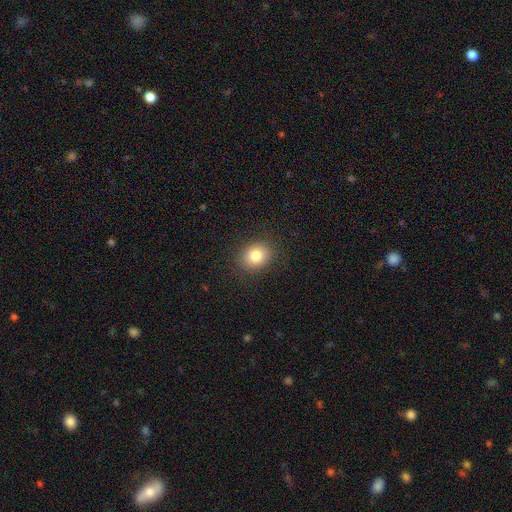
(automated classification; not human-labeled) smooth 82%, star or artifact 11%, featured or disk 7%. Down the decision tree: how rounded — round (59%); merging — none (88%).